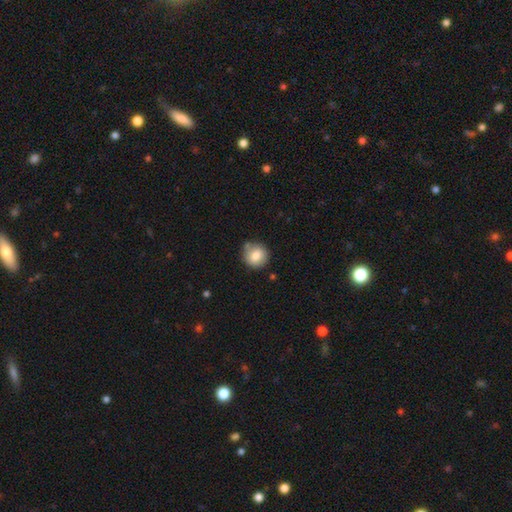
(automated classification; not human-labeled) smooth 81%, featured or disk 10%, star or artifact 8%. Down the decision tree: how rounded — round (89%); merging — none (76%).